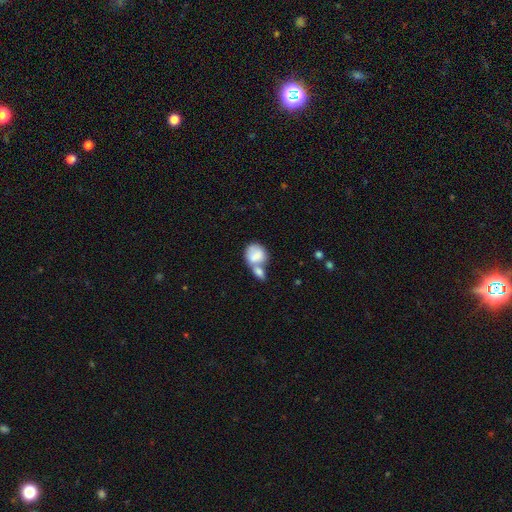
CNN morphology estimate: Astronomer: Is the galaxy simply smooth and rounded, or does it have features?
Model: smooth — 75%.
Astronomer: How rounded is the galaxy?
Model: round — 52% (runner-up: in between, 46%).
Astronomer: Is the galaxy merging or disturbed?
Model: merger — 64%.